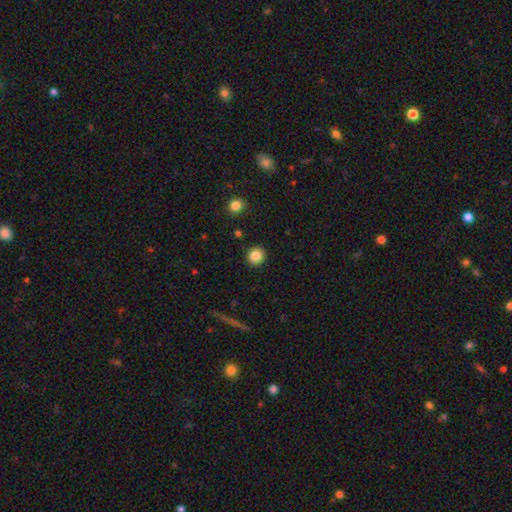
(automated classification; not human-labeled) Morphology: type=smooth (84%); roundness=round (92%); merging=none (92%).